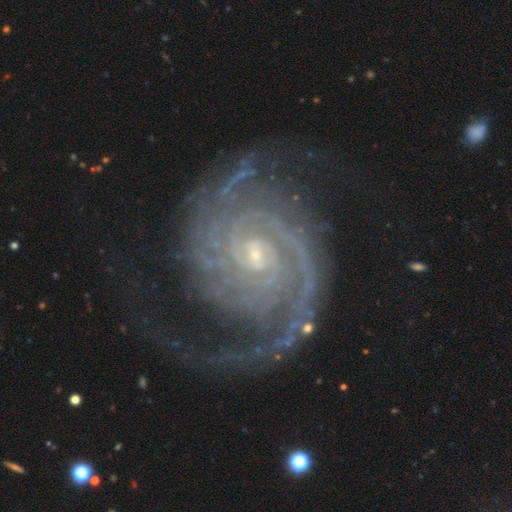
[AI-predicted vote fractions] The model was most divided on "bar": no: 55%, weak: 33%, strong: 12%. More confident: spiral arms — yes (99%); edge-on disk — no (98%); smooth or featured — featured or disk (92%); bulge size — small (71%); merging — none (68%); spiral winding — tight (67%); spiral arm count — 2 (51%).